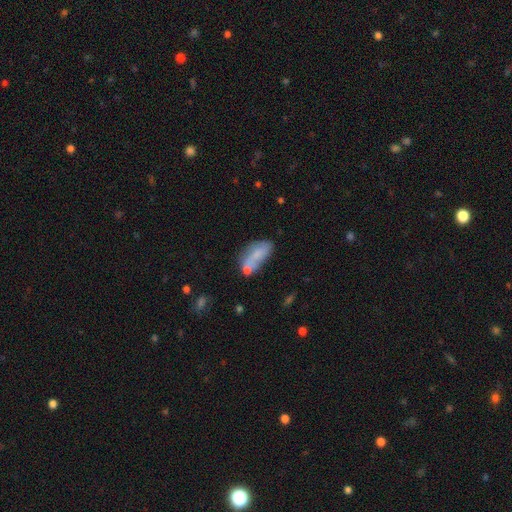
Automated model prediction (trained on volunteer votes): A smooth galaxy with no disk features (62%) that is in between round and cigar-shaped (85%). Merging: none (42%).